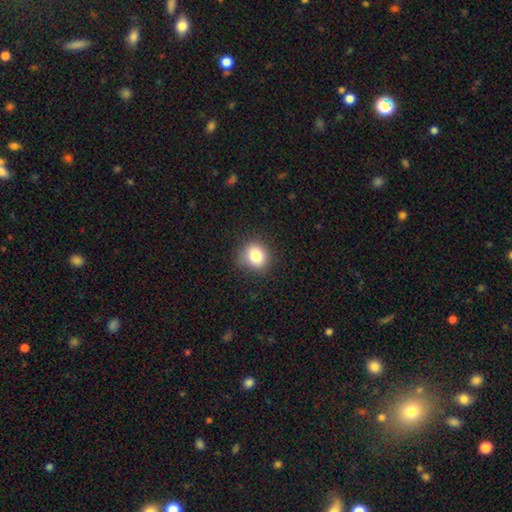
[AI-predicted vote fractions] A smooth galaxy with no disk features (82%) that is round (80%). Merging: none (85%).